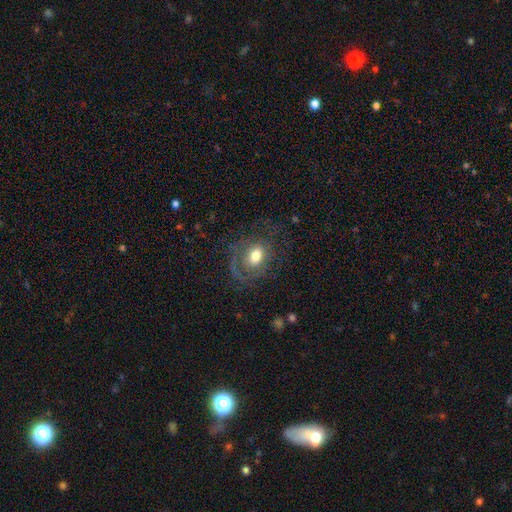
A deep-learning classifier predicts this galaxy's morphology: Overall: smooth (48%; featured or disk 42%). Merging: none (57%; major disturbance 22%).